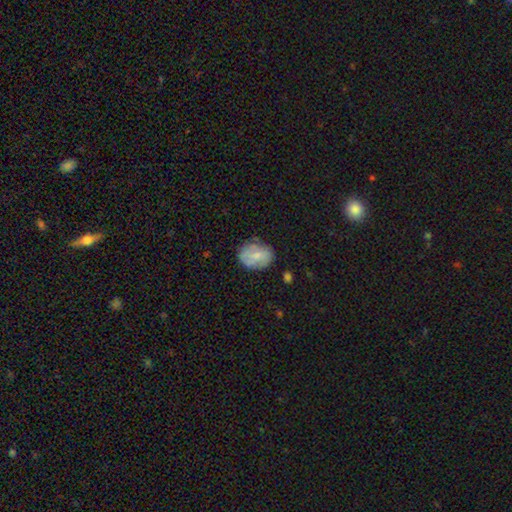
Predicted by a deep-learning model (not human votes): Smooth or featured: smooth — 68% (featured or disk — 25%)
How rounded: in between — 57% (round — 42%)
Merging: none — 69% (minor disturbance — 22%)